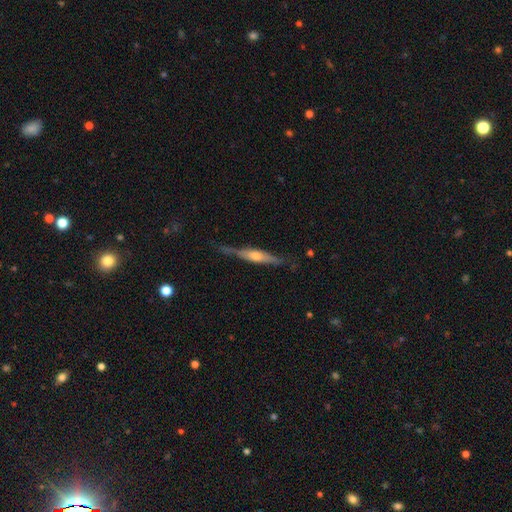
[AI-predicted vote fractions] Q: Smooth or featured?
A: featured or disk (66%); runner-up: smooth (29%)
Q: Edge-on disk?
A: yes (93%); runner-up: no (7%)
Q: Edge-on bulge?
A: rounded (77%); runner-up: boxy (14%)
Q: Merging?
A: none (71%); runner-up: minor disturbance (21%)